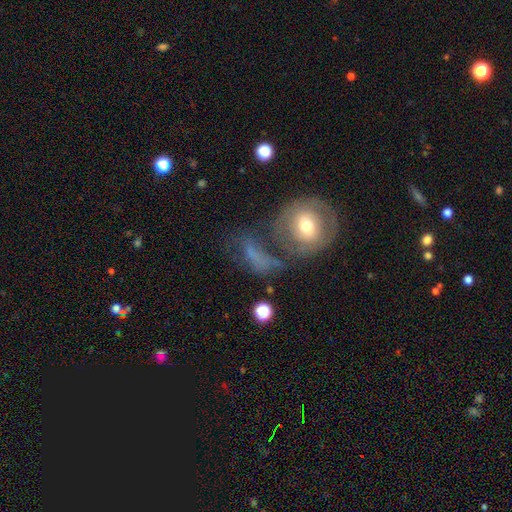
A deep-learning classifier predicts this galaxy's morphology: Overall: smooth (47%; featured or disk 37%). Merging: none (34%; major disturbance 26%).